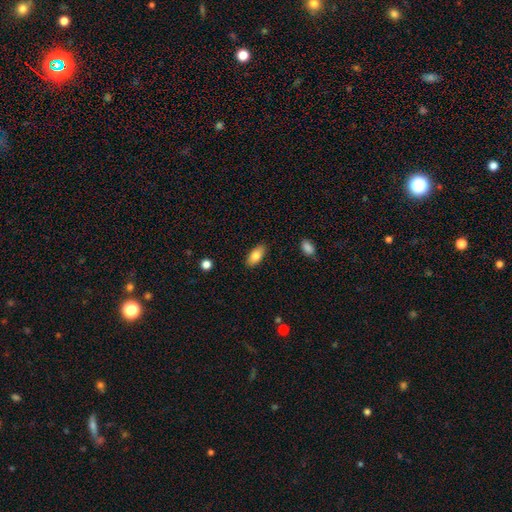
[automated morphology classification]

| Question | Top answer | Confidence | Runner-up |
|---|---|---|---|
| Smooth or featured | smooth | 82% | featured or disk (11%) |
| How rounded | in between | 90% | cigar-shaped (7%) |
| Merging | none | 87% | minor disturbance (10%) |